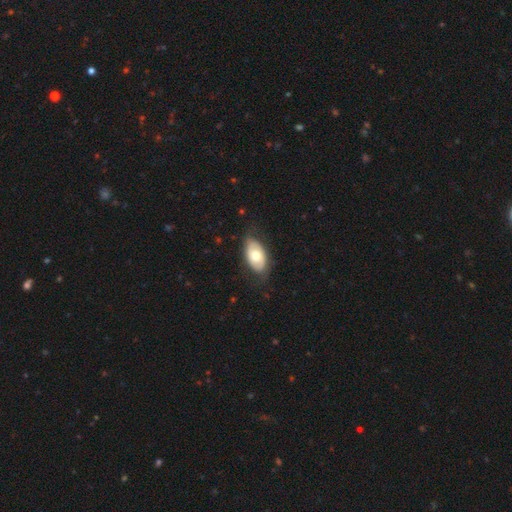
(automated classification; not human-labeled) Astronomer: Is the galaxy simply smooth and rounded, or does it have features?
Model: smooth — 60%.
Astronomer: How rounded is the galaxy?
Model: in between — 93%.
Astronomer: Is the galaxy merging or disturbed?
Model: none — 74%.